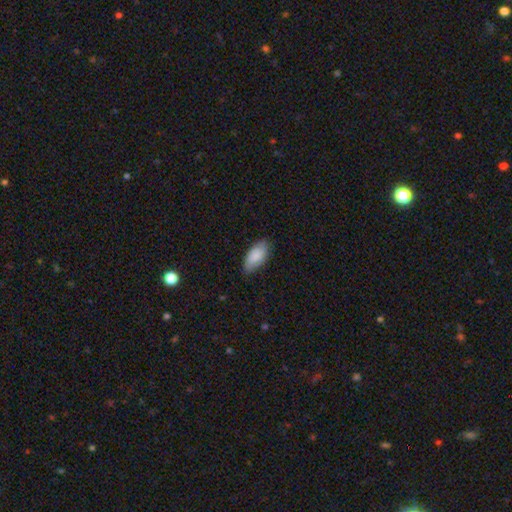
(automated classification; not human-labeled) Overall: smooth (85%). How rounded: in between (92%). Merging: none (77%).